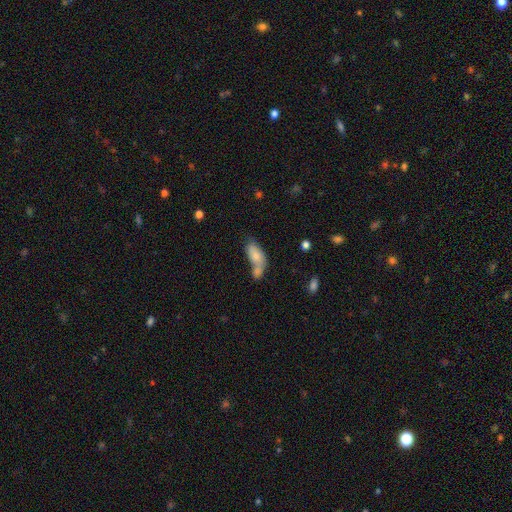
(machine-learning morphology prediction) Overall: smooth (76%). How rounded: in between (87%). Merging: merger (55%; none 27%).